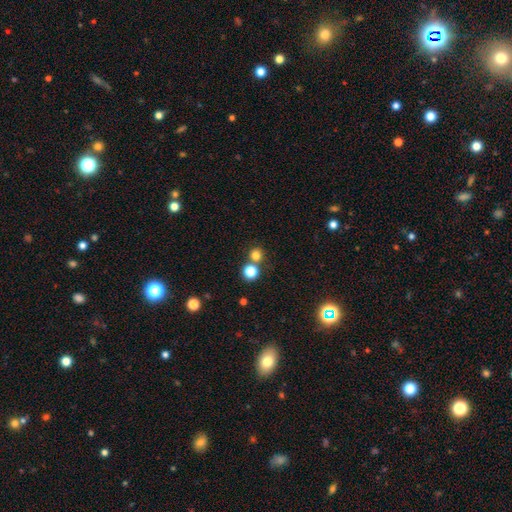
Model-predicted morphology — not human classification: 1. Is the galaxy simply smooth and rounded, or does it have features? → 77% smooth, 17% star or artifact, 6% featured or disk.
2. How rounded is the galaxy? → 92% round, 7% in between, 1% cigar-shaped.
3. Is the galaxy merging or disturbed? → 67% none, 24% merger, 6% minor disturbance, 3% major disturbance.